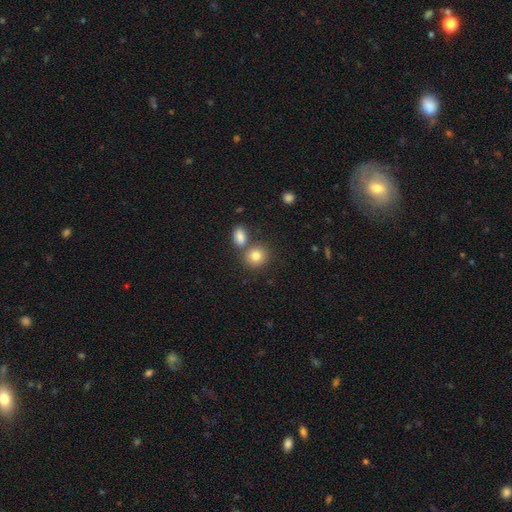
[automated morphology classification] The model was most divided on "merging": none: 63%, merger: 25%, minor disturbance: 9%, major disturbance: 3%. More confident: smooth or featured — smooth (82%); how rounded — round (76%).